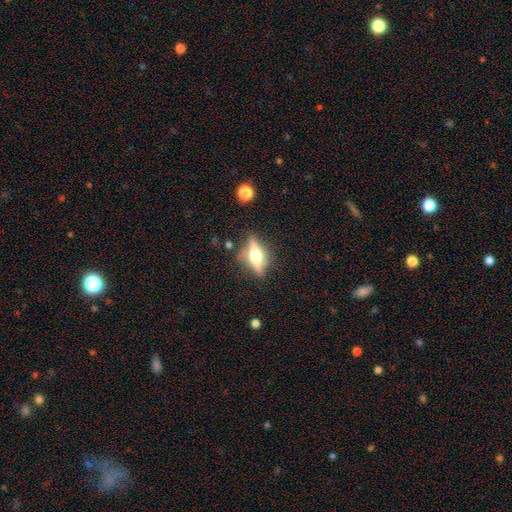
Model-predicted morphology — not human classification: This is likely a featured or disk galaxy (71%). It is clearly viewed edge-on (93%). Edge-on bulge: clearly rounded (94%). Merging: likely none (80%).